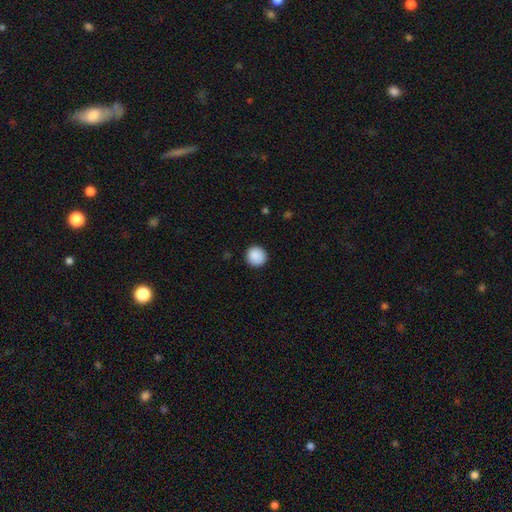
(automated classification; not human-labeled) smooth_or_featured: smooth (p=0.89) [alt: star or artifact p=0.08]
how_rounded: round (p=0.95) [alt: in between p=0.04]
merging: none (p=0.89) [alt: minor disturbance p=0.08]